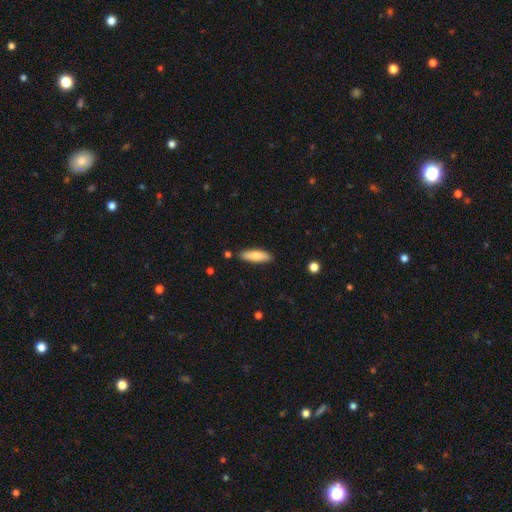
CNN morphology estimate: Smooth or featured: smooth — 77% (featured or disk — 17%)
How rounded: in between — 52% (cigar-shaped — 46%)
Merging: none — 87% (minor disturbance — 9%)